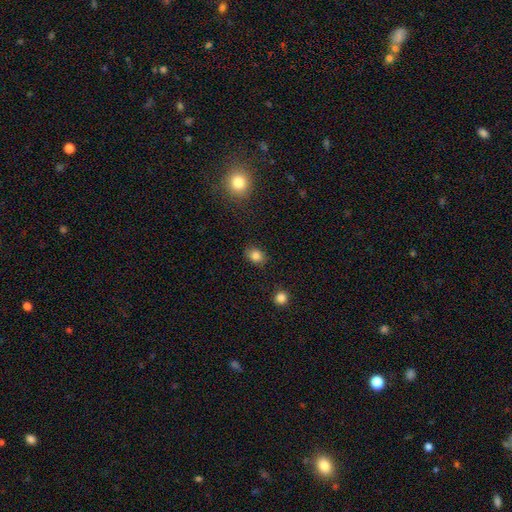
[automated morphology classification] type=smooth (84%); roundness=in between (52%); merging=none (84%).